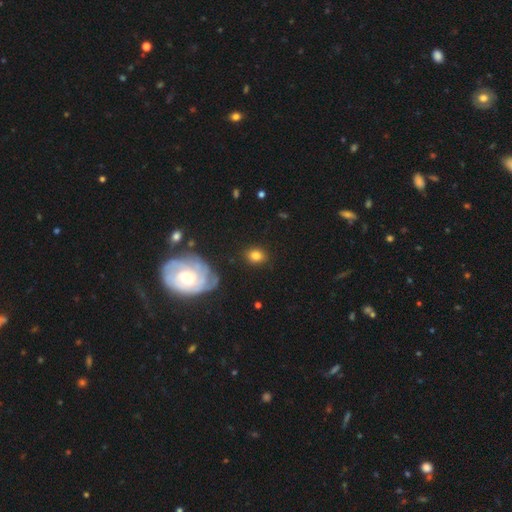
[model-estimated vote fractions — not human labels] Morphology: type=smooth (77%); roundness=round (53%); merging=none (83%).